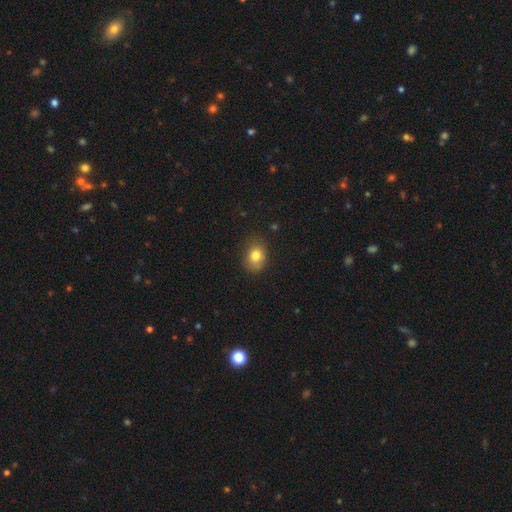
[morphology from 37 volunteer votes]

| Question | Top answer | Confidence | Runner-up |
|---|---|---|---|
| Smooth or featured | smooth | 78% | featured or disk (16%) |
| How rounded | in between | 59% | round (41%) |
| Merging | none | 69% | minor disturbance (23%) |